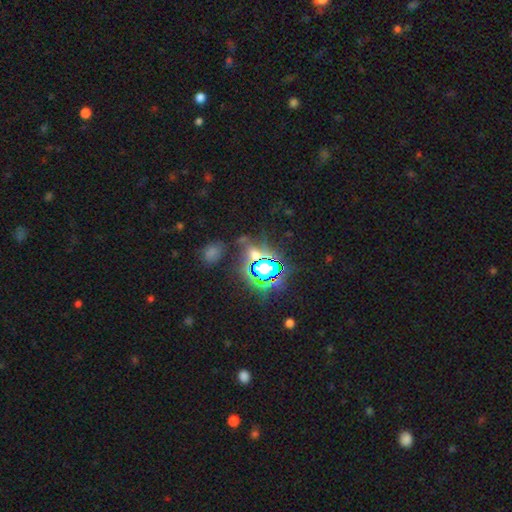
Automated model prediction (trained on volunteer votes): A star or artifact, not a galaxy (72%).

Vote fractions:
- Smooth or featured? star or artifact: 72% / smooth: 19% / featured or disk: 9%